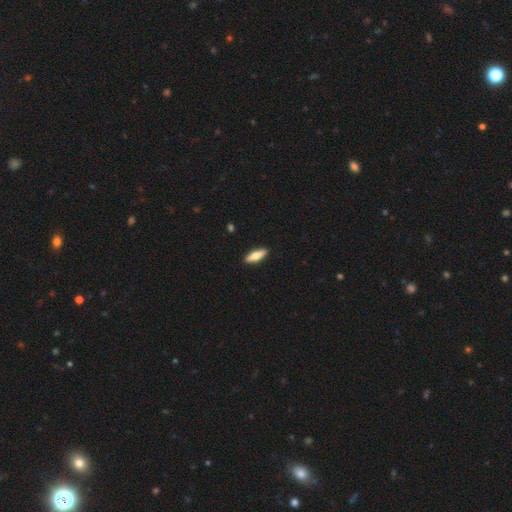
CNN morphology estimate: Smooth or featured?
  - smooth: 67% *
  - featured or disk: 28%
  - star or artifact: 5%
How rounded?
  - in between: 51% *
  - cigar-shaped: 47%
  - round: 2%
Merging?
  - none: 90% *
  - minor disturbance: 8%
  - major disturbance: 1%
  - merger: 1%